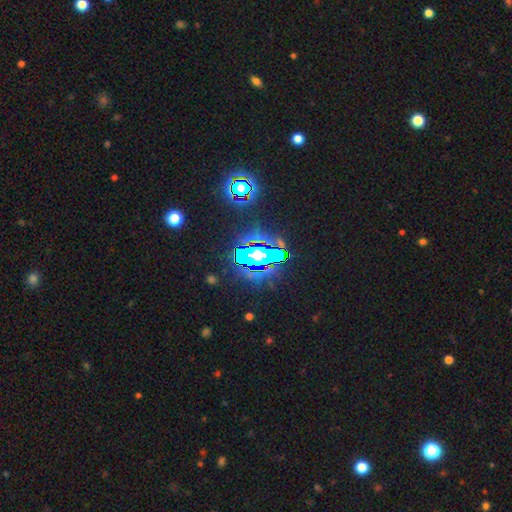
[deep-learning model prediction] This appears to be a star or artifact, not a galaxy (62%).